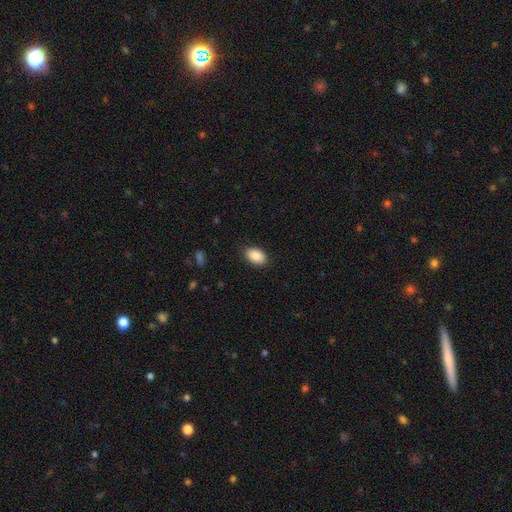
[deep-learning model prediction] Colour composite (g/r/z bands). It shows a smooth galaxy with no disk features (90%) that is in between round and cigar-shaped (92%). Merging: none (87%).